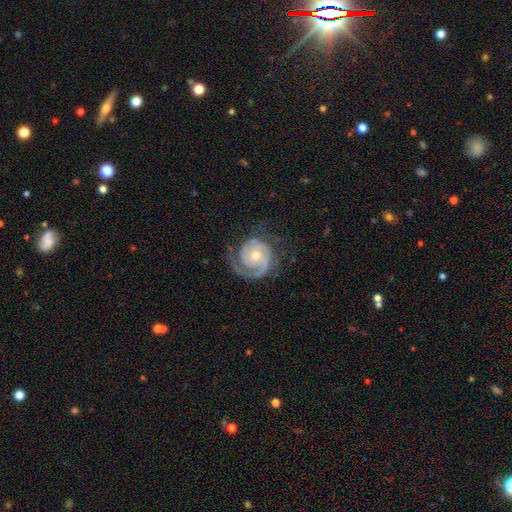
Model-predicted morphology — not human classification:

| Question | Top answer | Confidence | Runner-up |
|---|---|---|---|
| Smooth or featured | featured or disk | 89% | smooth (6%) |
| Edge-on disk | no | 98% | yes (2%) |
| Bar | no | 72% | weak (23%) |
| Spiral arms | yes | 98% | no (2%) |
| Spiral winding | tight | 64% | medium (30%) |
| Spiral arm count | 2 | 59% | 1 (19%) |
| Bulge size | moderate | 49% | small (47%) |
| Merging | none | 71% | minor disturbance (18%) |